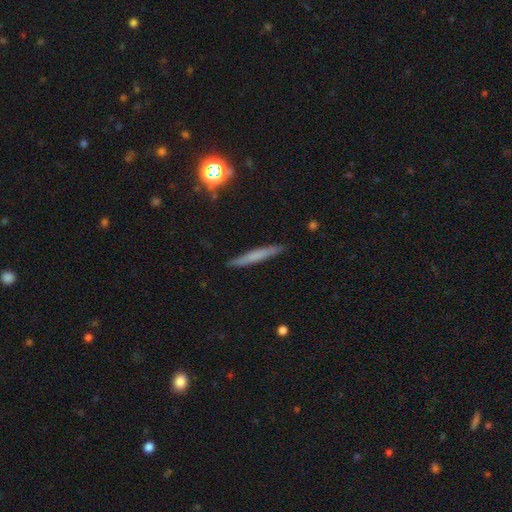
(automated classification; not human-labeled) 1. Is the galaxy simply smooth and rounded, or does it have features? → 59% smooth, 32% featured or disk, 9% star or artifact.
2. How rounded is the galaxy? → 94% cigar-shaped, 4% in between, 2% round.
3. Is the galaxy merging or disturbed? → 88% none, 8% minor disturbance, 2% major disturbance, 1% merger.